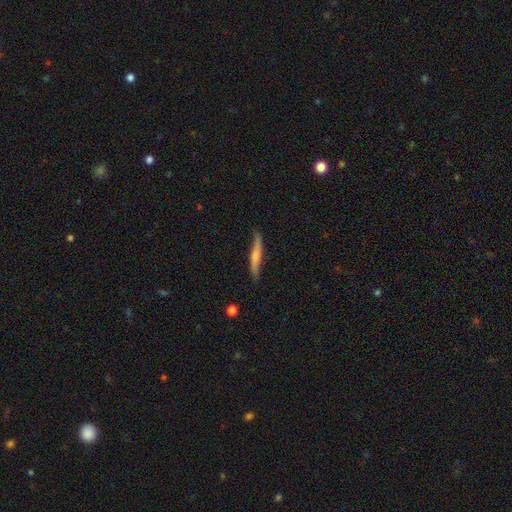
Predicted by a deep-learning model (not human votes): Overall: smooth (52%; featured or disk 43%). How rounded: cigar-shaped (92%). Merging: none (72%).